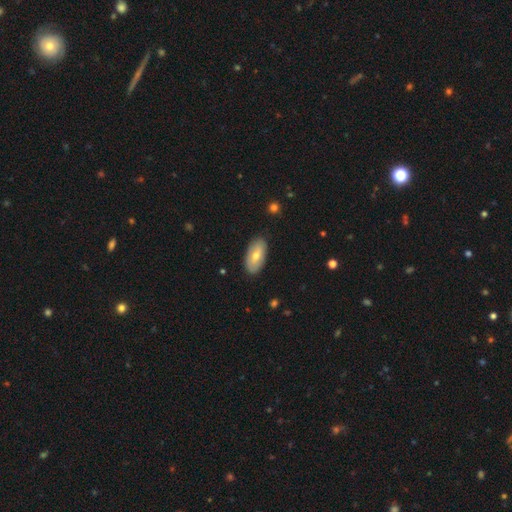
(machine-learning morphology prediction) Q: Smooth or featured?
A: smooth (63%); runner-up: featured or disk (32%)
Q: How rounded?
A: in between (93%); runner-up: cigar-shaped (4%)
Q: Merging?
A: none (86%); runner-up: minor disturbance (11%)